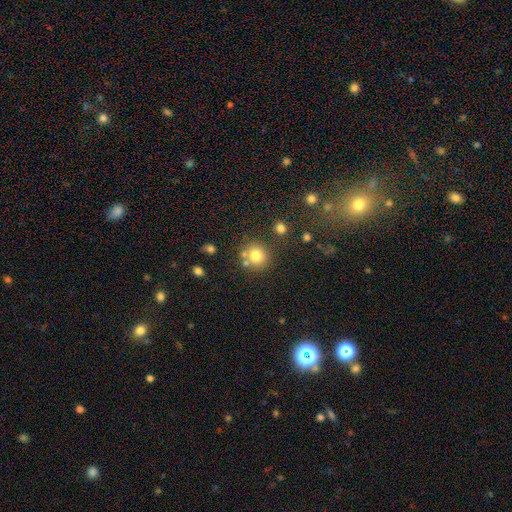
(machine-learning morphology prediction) A smooth galaxy with no disk features (77%) that is round (89%). Merging: none (70%).